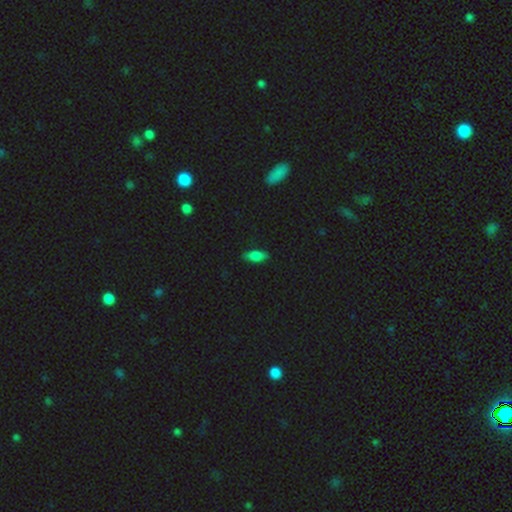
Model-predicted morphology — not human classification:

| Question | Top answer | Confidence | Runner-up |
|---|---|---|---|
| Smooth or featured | smooth | 75% | featured or disk (14%) |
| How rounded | in between | 81% | cigar-shaped (16%) |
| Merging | none | 85% | minor disturbance (12%) |